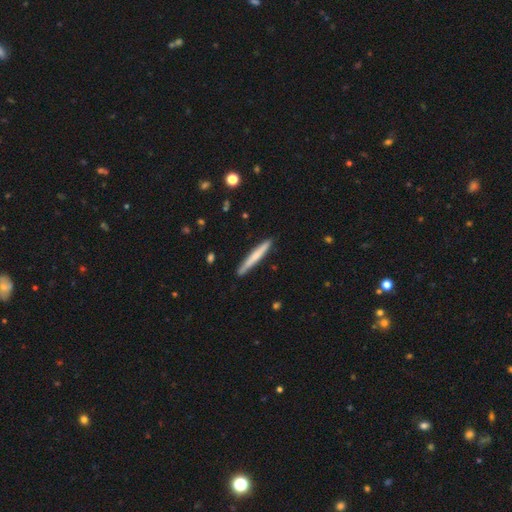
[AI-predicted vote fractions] Smooth or featured? smooth (60%)
How rounded? cigar-shaped (96%)
Merging? none (89%)